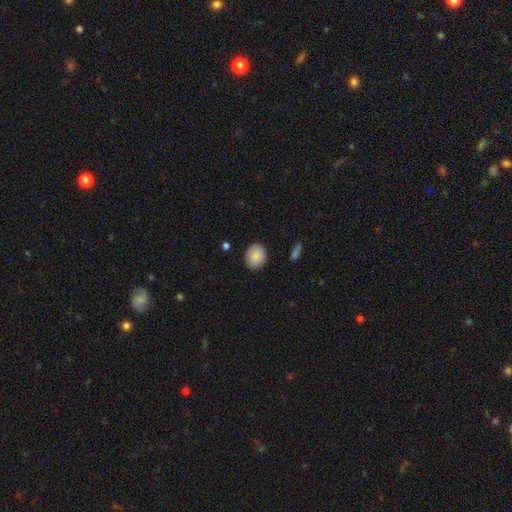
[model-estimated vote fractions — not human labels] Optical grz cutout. It shows a smooth galaxy with no disk features (88%) that is round (59%). Merging: none (87%).